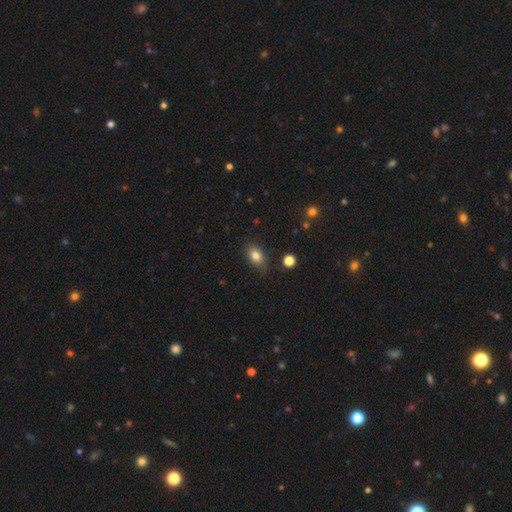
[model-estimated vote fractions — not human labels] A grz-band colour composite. It shows a smooth galaxy with no disk features (80%) that is in between round and cigar-shaped (81%). Merging: none (77%).